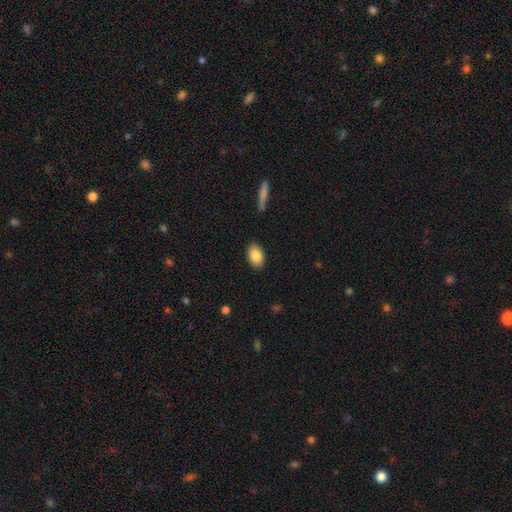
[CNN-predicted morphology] A smooth galaxy with no disk features (85%) that is in between round and cigar-shaped (89%). Merging: none (88%).